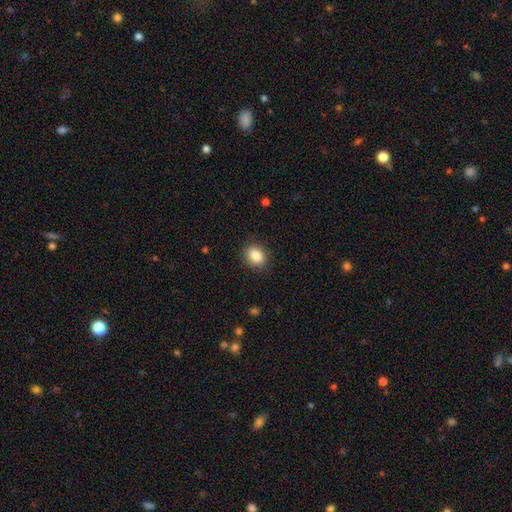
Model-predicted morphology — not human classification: smooth-or-featured: smooth: 87% | star or artifact: 9% | featured or disk: 5%
  how-rounded: in between: 54% | round: 45% | cigar-shaped: 1%
  merging: none: 87% | minor disturbance: 9% | major disturbance: 3% | merger: 1%